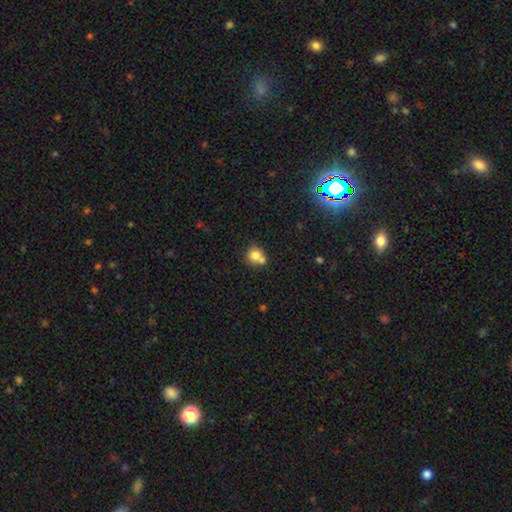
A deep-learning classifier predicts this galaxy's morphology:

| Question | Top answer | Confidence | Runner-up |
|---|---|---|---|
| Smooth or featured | smooth | 76% | featured or disk (13%) |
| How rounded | round | 76% | in between (23%) |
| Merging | merger | 42% | none (40%) |